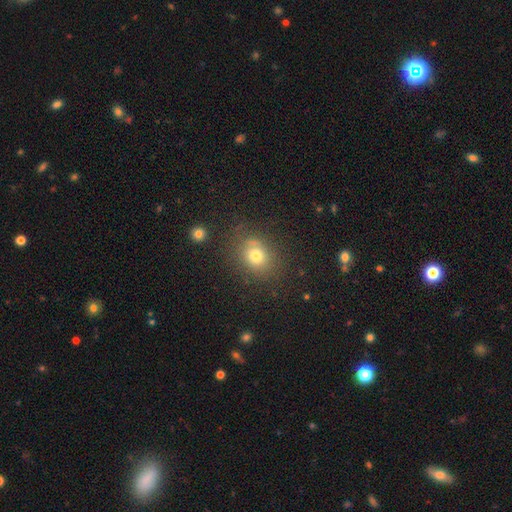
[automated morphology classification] smooth 73%, star or artifact 16%, featured or disk 11%. Down the decision tree: how rounded — round (61%); merging — none (75%).